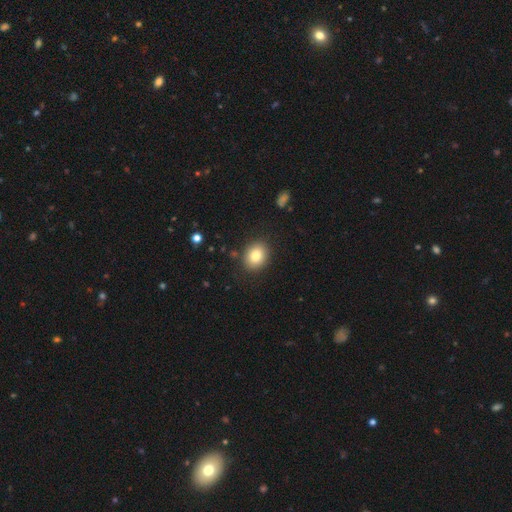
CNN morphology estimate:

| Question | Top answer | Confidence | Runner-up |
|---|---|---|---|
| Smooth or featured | smooth | 81% | star or artifact (9%) |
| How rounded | round | 56% | in between (43%) |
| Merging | none | 87% | minor disturbance (9%) |